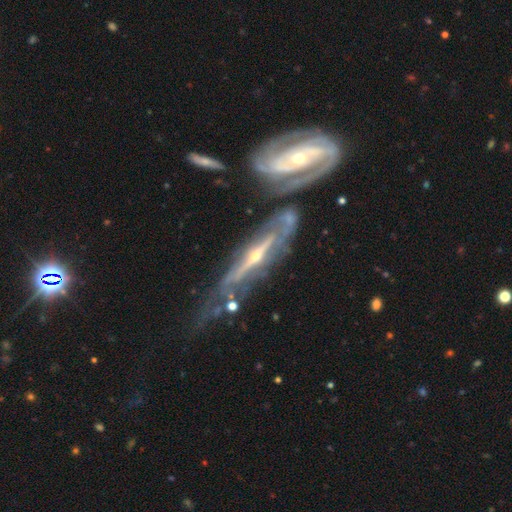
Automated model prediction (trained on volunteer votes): featured or disk 86%, smooth 8%, star or artifact 6%. Down the decision tree: edge-on disk — yes (55%); merging — none (34%).